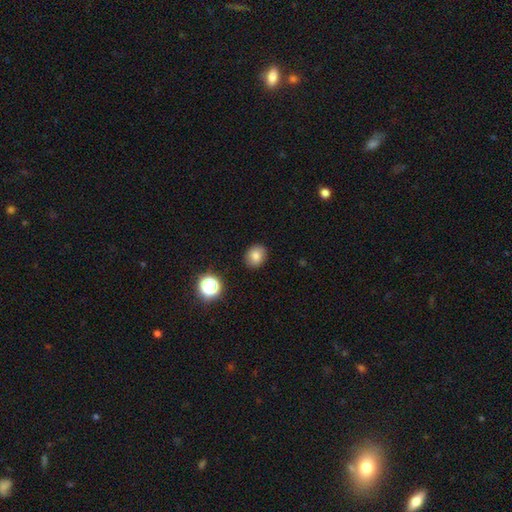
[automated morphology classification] Smooth or featured? Predicted: smooth (p=0.81). How rounded? Predicted: round (p=0.62). Merging? Predicted: none (p=0.89).